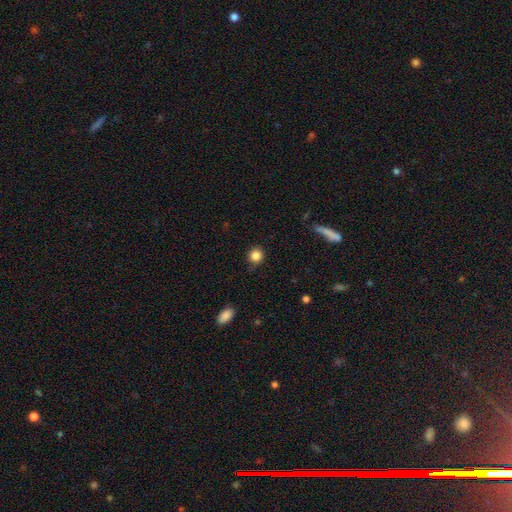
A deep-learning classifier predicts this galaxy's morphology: Smooth or featured? smooth (85%)
How rounded? round (90%)
Merging? none (84%)